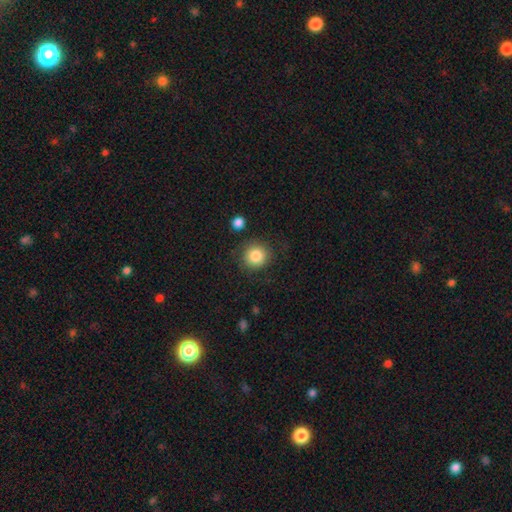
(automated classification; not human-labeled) Smooth or featured? smooth (85%)
How rounded? round (91%)
Merging? none (84%)